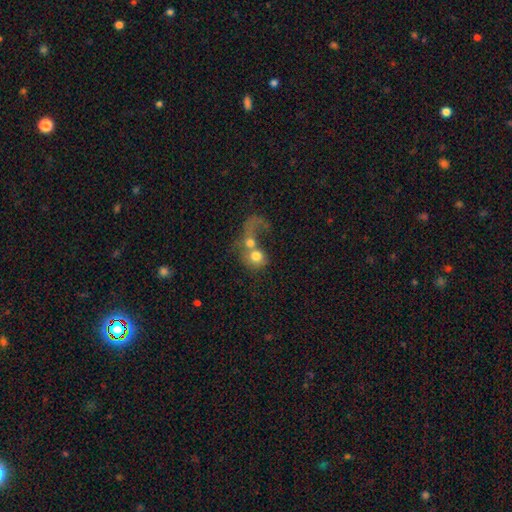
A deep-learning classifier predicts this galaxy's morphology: Q: Smooth or featured?
A: smooth (62%); runner-up: featured or disk (29%)
Q: How rounded?
A: round (68%); runner-up: in between (31%)
Q: Merging?
A: merger (69%); runner-up: major disturbance (16%)